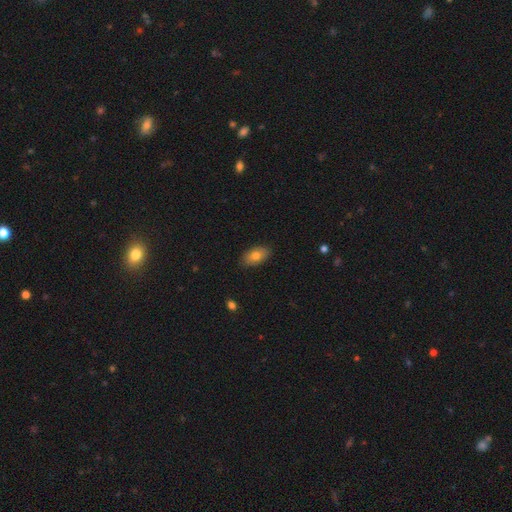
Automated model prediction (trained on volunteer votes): The model was most divided on "smooth or featured": smooth: 77%, featured or disk: 16%, star or artifact: 7%. More confident: how rounded — in between (92%); merging — none (86%).